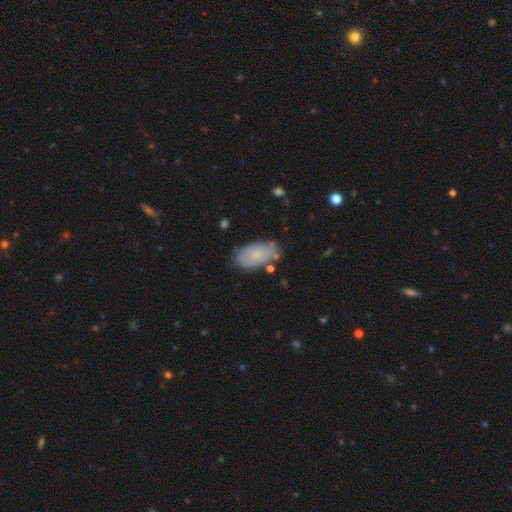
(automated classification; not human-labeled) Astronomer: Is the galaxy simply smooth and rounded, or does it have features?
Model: smooth — 68%.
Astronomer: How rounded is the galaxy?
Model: in between — 94%.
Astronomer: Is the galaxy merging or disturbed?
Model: none — 70%.